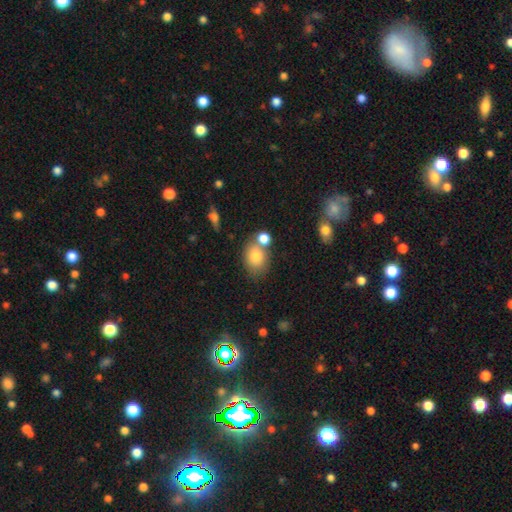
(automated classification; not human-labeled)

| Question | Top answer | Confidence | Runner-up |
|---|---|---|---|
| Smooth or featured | smooth | 80% | featured or disk (11%) |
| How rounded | in between | 55% | round (44%) |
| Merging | none | 56% | merger (25%) |